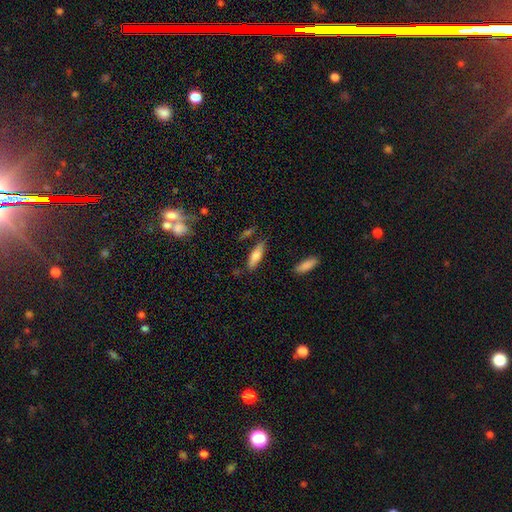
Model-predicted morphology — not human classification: Smooth or featured: smooth — 75% (featured or disk — 18%)
How rounded: cigar-shaped — 54% (in between — 44%)
Merging: none — 75% (minor disturbance — 16%)